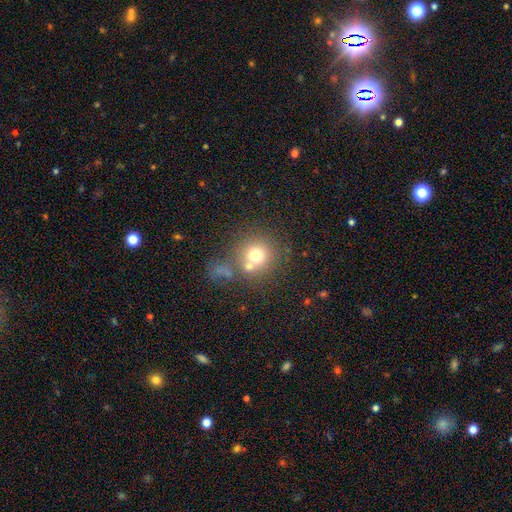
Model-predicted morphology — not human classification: smooth 69%, featured or disk 17%, star or artifact 14%. Down the decision tree: how rounded — round (90%); merging — none (56%).